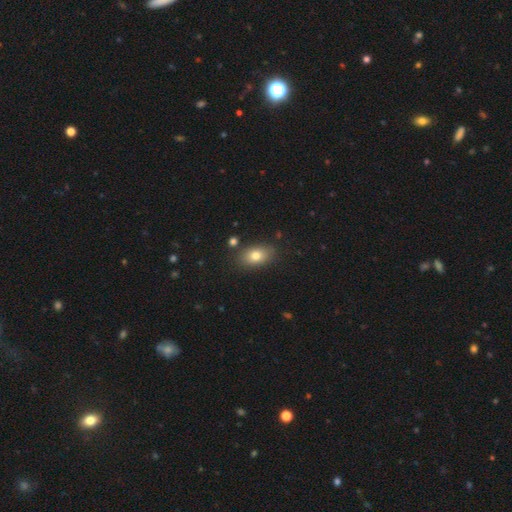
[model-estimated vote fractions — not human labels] The model was most divided on "smooth or featured": smooth: 79%, featured or disk: 13%, star or artifact: 9%. More confident: how rounded — in between (86%); merging — none (82%).